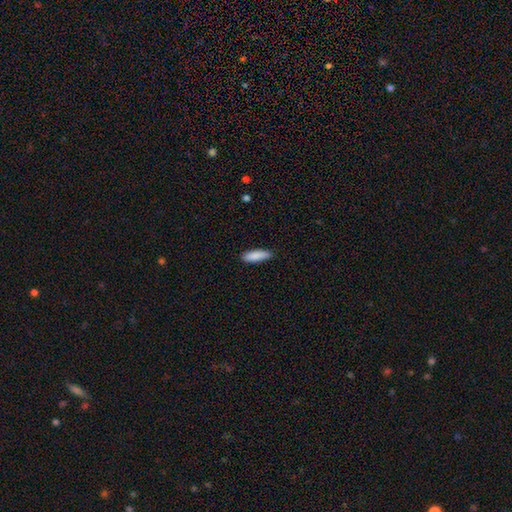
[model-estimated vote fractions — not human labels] This appears to be a smooth galaxy with no disk features (88%) that is cigar-shaped (52%). Merging: none (85%).